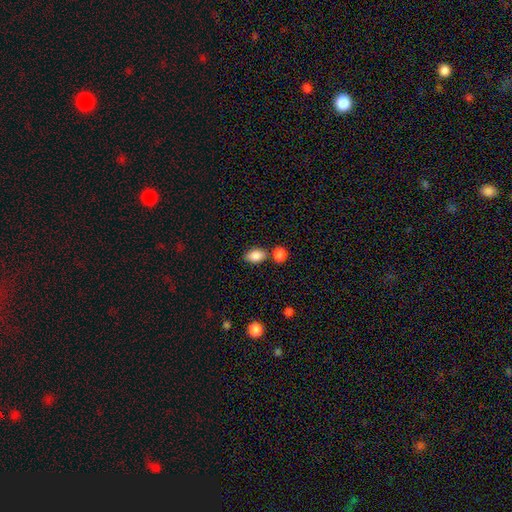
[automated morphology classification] smooth_or_featured: smooth (p=0.86) [alt: star or artifact p=0.08]
how_rounded: in between (p=0.86) [alt: round p=0.12]
merging: none (p=0.64) [alt: merger p=0.19]